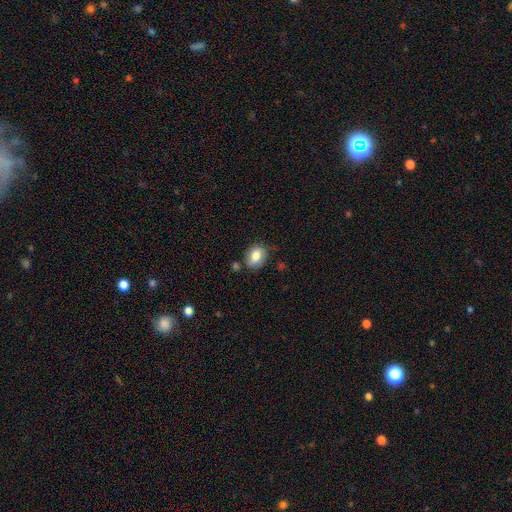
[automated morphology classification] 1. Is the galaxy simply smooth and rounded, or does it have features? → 78% smooth, 13% featured or disk, 9% star or artifact.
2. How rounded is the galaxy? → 57% in between, 42% round, 1% cigar-shaped.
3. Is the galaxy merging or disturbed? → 74% none, 16% minor disturbance, 6% merger, 4% major disturbance.